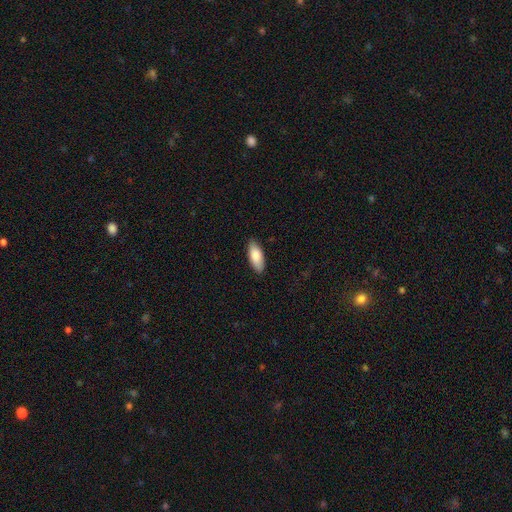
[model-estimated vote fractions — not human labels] Morphology: type=smooth (86%); roundness=in between (84%); merging=none (86%).